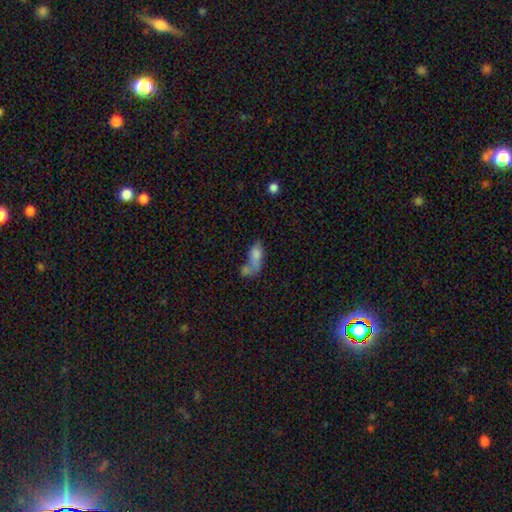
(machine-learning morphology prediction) Q: Smooth or featured?
A: smooth (69%); runner-up: featured or disk (20%)
Q: How rounded?
A: in between (78%); runner-up: cigar-shaped (16%)
Q: Merging?
A: merger (50%); runner-up: none (20%)